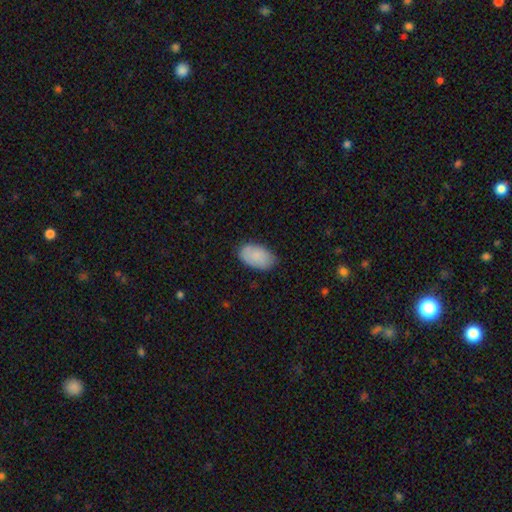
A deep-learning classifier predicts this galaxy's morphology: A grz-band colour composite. It shows a smooth galaxy with no disk features (85%) that is in between round and cigar-shaped (94%). Merging: none (77%).